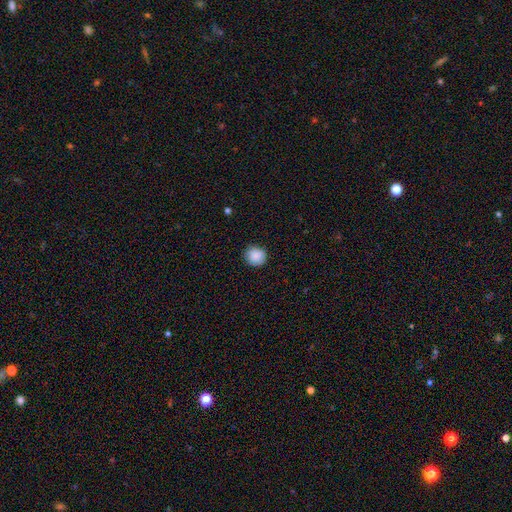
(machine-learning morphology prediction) smooth_or_featured: smooth (p=0.89) [alt: star or artifact p=0.08]
how_rounded: round (p=0.91) [alt: in between p=0.08]
merging: none (p=0.89) [alt: minor disturbance p=0.08]